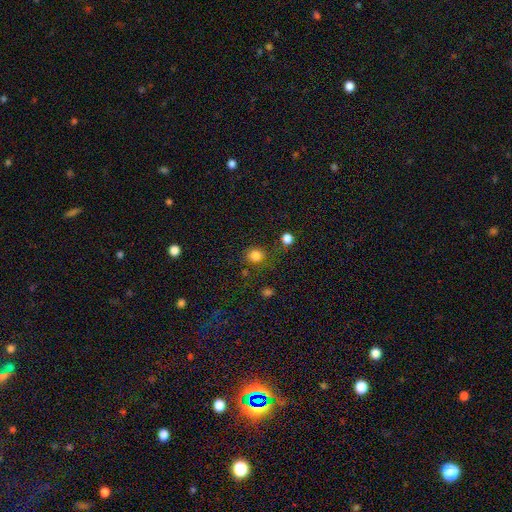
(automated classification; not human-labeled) The model was most divided on "merging": none: 70%, minor disturbance: 15%, merger: 8%, major disturbance: 7%. More confident: smooth or featured — smooth (80%); how rounded — round (78%).